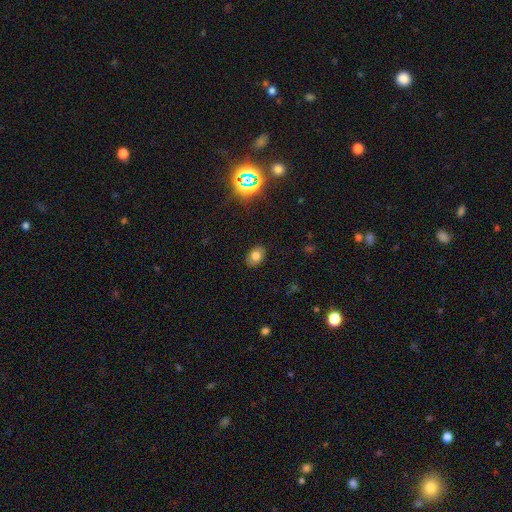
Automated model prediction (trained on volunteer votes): Smooth or featured? Predicted: smooth (p=0.74). How rounded? Predicted: in between (p=0.79). Merging? Predicted: none (p=0.86).